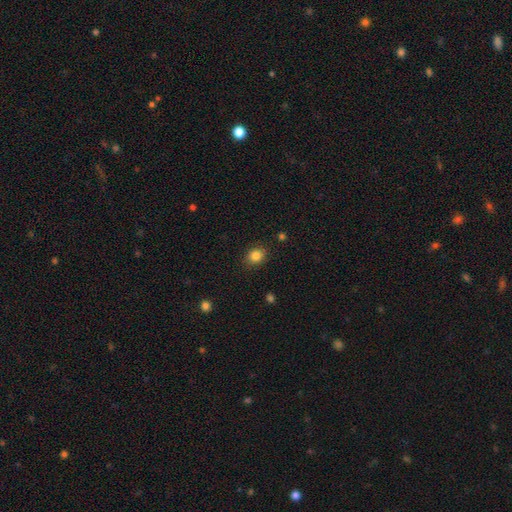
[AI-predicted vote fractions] Morphology: type=smooth (84%); roundness=round (69%); merging=none (87%).